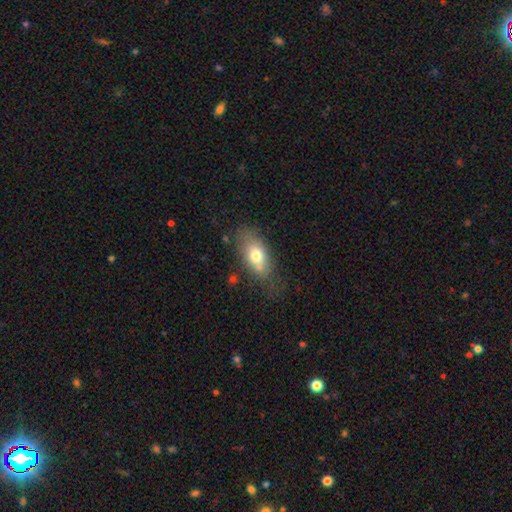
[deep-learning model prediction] The model was most divided on "merging": none: 61%, minor disturbance: 22%, major disturbance: 9%, merger: 8%. More confident: how rounded — in between (85%); smooth or featured — smooth (71%).